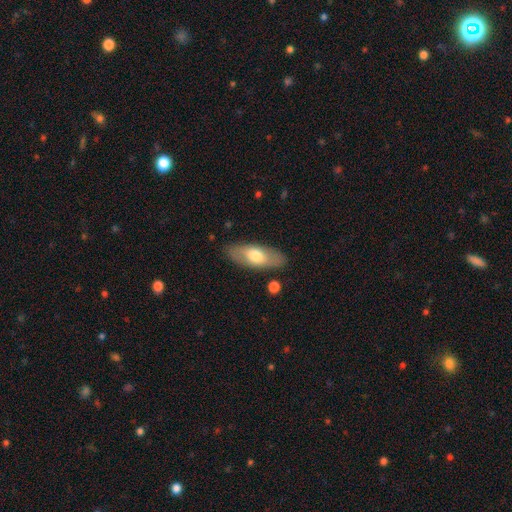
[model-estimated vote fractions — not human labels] This is likely a smooth galaxy (64%). How rounded: likely in between (79%). Merging: clearly none (84%).